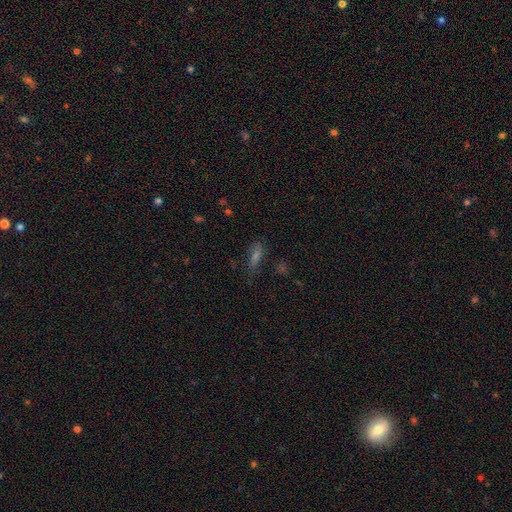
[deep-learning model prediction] Smooth or featured? Predicted: smooth (p=0.47). Merging? Predicted: none (p=0.67).